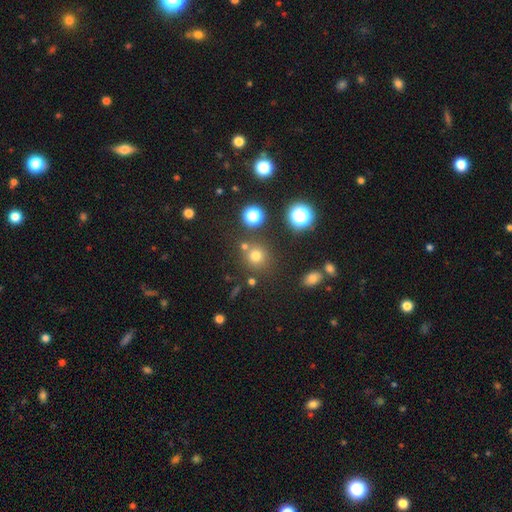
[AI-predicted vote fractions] The model was most divided on "smooth or featured": smooth: 69%, star or artifact: 23%, featured or disk: 8%. More confident: how rounded — round (91%); merging — none (76%).